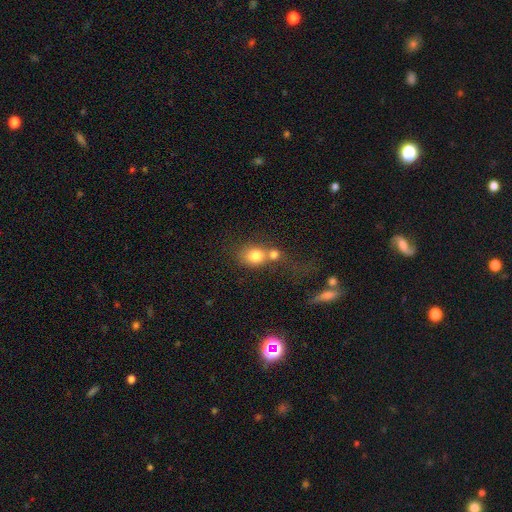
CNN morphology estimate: Smooth or featured? Predicted: smooth (p=0.78). How rounded? Predicted: round (p=0.62). Merging? Predicted: merger (p=0.59).